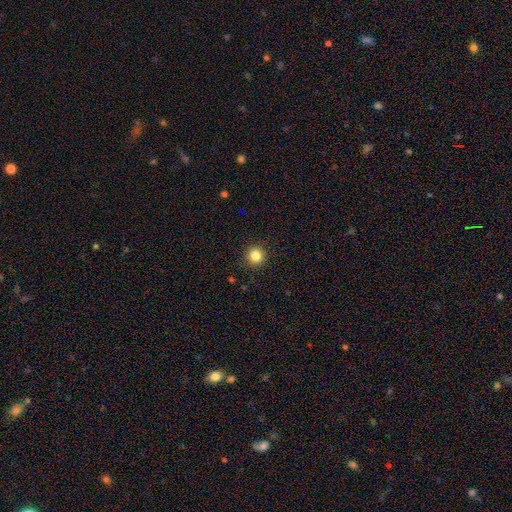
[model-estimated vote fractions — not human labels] Q: Smooth or featured?
A: smooth (83%); runner-up: star or artifact (12%)
Q: How rounded?
A: round (94%); runner-up: in between (5%)
Q: Merging?
A: none (92%); runner-up: minor disturbance (5%)